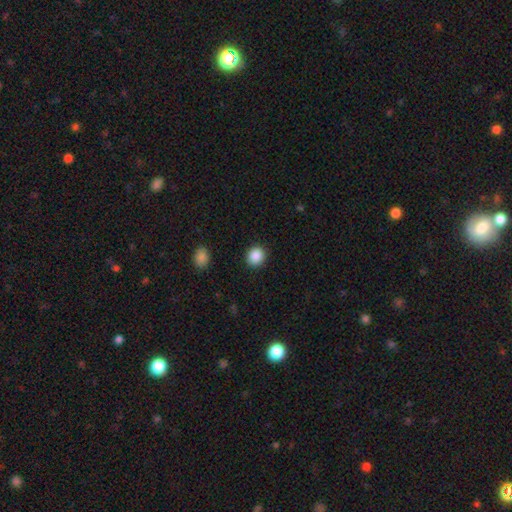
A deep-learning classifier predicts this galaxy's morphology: Overall: smooth (88%). How rounded: round (81%). Merging: none (91%).